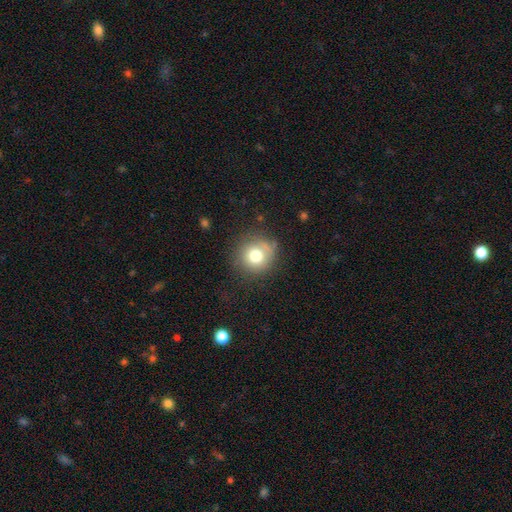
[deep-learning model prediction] smooth 75%, featured or disk 13%, star or artifact 12%. Down the decision tree: how rounded — round (91%); merging — none (77%).